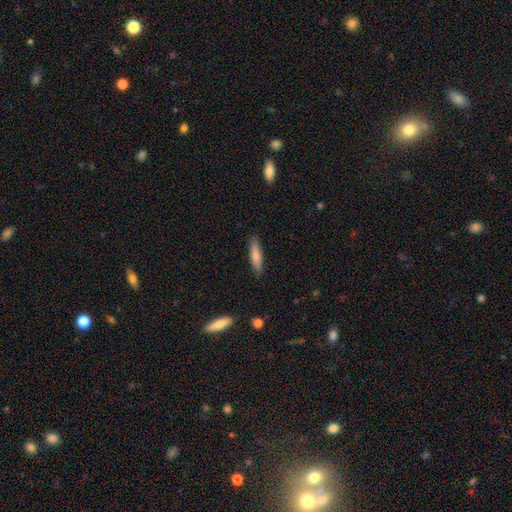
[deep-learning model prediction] smooth-or-featured: smooth: 79% | featured or disk: 15% | star or artifact: 6%
  how-rounded: cigar-shaped: 76% | in between: 23% | round: 1%
  merging: none: 87% | minor disturbance: 10% | major disturbance: 2% | merger: 1%